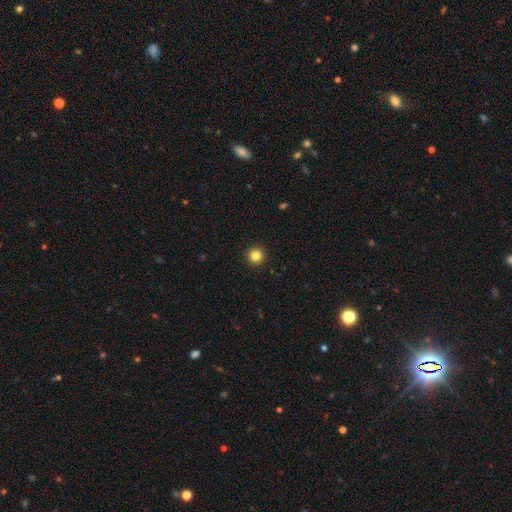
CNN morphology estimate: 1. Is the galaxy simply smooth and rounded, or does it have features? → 84% smooth, 12% star or artifact, 5% featured or disk.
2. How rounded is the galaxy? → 96% round, 3% in between, 1% cigar-shaped.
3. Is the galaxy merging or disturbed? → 93% none, 4% minor disturbance, 1% major disturbance, 1% merger.